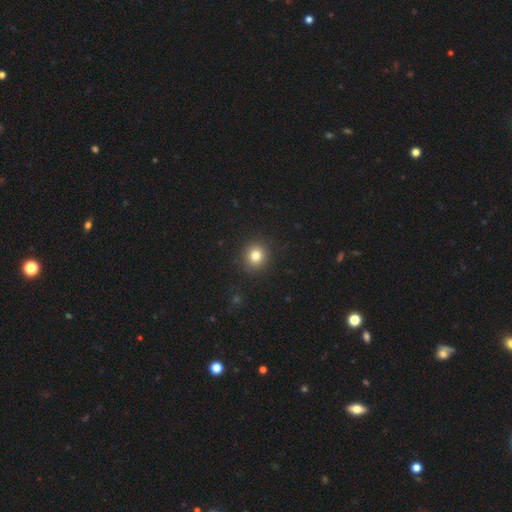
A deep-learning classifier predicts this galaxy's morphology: Smooth or featured? Predicted: smooth (p=0.80). How rounded? Predicted: round (p=0.89). Merging? Predicted: none (p=0.91).